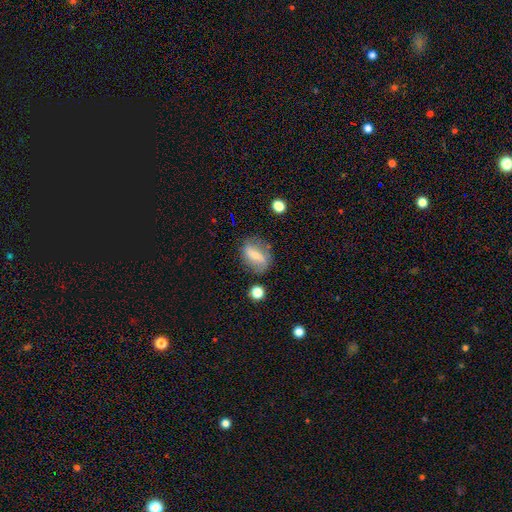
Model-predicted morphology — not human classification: Smooth or featured? Predicted: featured or disk (p=0.50). Edge-on disk? Predicted: no (p=0.89). Merging? Predicted: none (p=0.71).